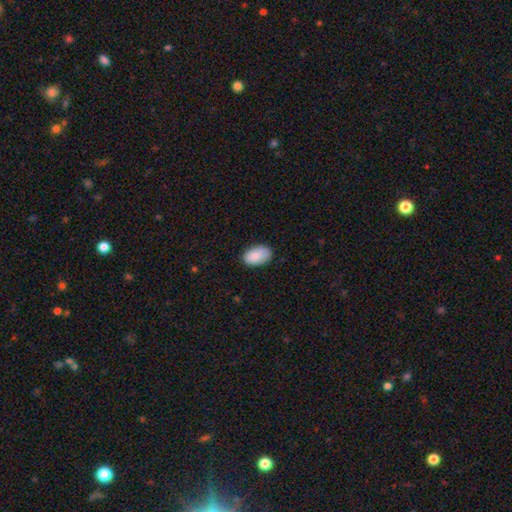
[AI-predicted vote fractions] Overall: smooth (87%). How rounded: in between (92%). Merging: none (79%).